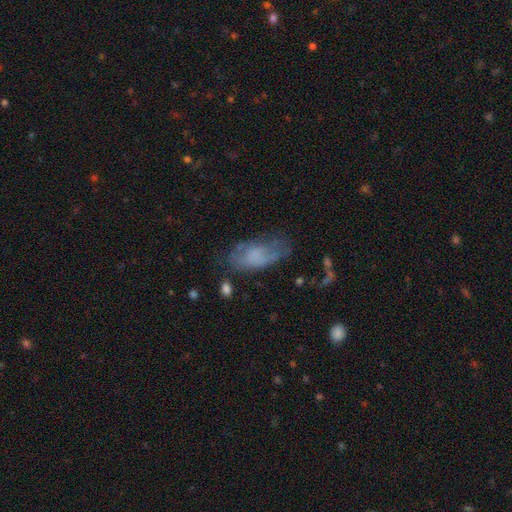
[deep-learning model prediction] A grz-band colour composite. It shows a smooth galaxy with no disk features (57%) that is in between round and cigar-shaped (88%). Merging: none (47%).